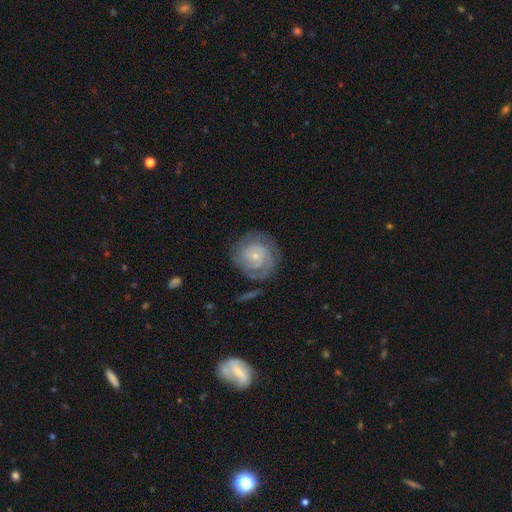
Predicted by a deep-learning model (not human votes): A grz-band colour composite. It shows a featured or disk galaxy (77%) with no bar (75%), 2 (34%) tight (74%) spiral arms (93%) and a small central bulge (78%). Merging: none (75%).